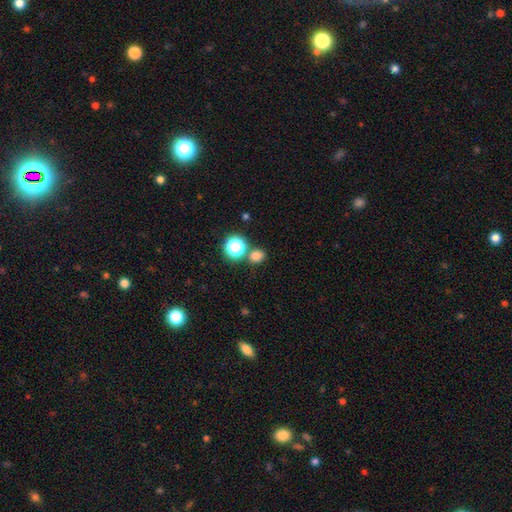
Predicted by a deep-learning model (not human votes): This appears to be a smooth galaxy with no disk features (76%) that is round (68%). Merging: none (73%).